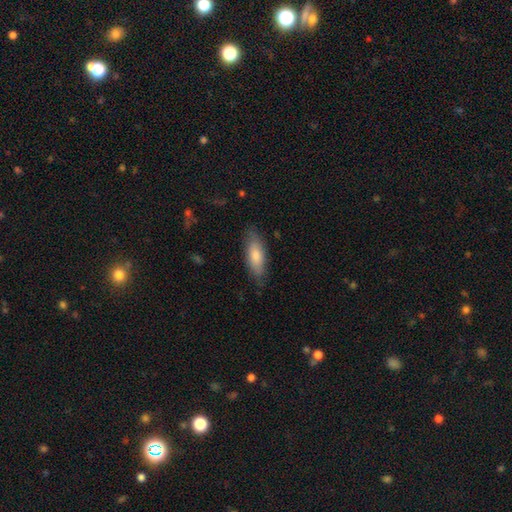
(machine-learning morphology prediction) This is likely a smooth galaxy (79%). How rounded: likely in between (67%). Merging: likely none (79%).